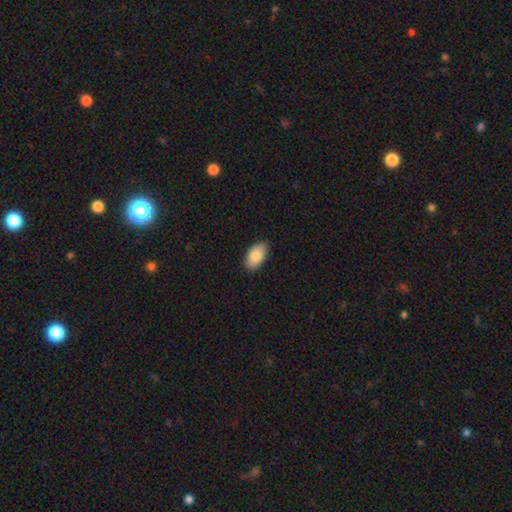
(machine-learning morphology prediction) Q: Smooth or featured?
A: smooth (85%); runner-up: featured or disk (8%)
Q: How rounded?
A: in between (94%); runner-up: round (4%)
Q: Merging?
A: none (88%); runner-up: minor disturbance (9%)